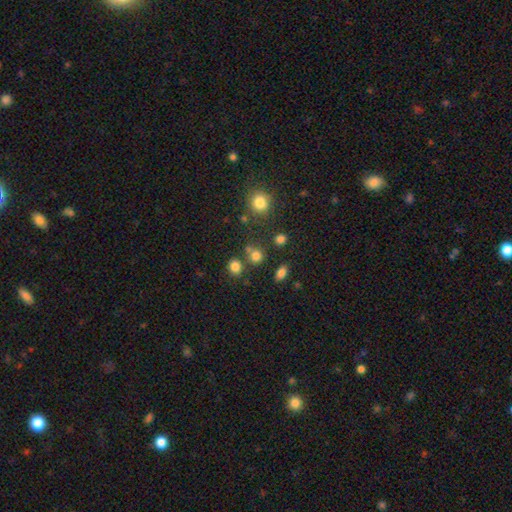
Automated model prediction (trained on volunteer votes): Morphology: type=smooth (77%); roundness=round (80%); merging=none (69%).